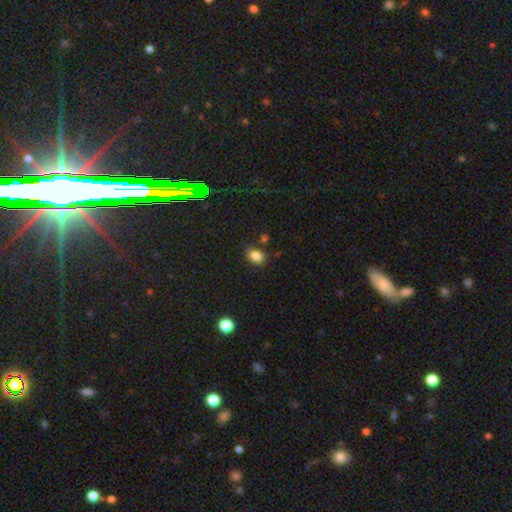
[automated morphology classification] The model was most divided on "how rounded": in between: 66%, round: 33%, cigar-shaped: 1%. More confident: smooth or featured — smooth (84%); merging — none (78%).